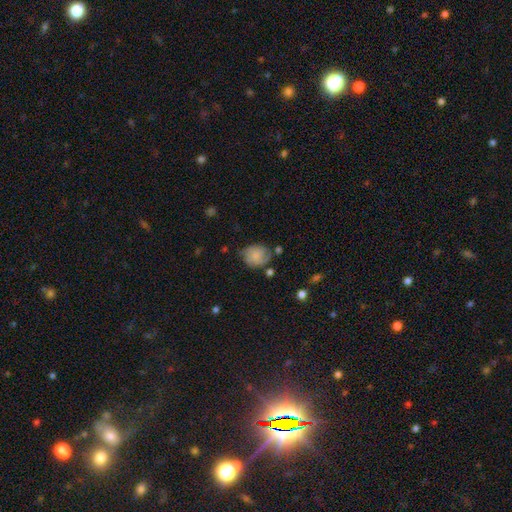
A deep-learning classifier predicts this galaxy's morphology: A smooth galaxy with no disk features (61%) that is round (57%). Merging: none (53%).